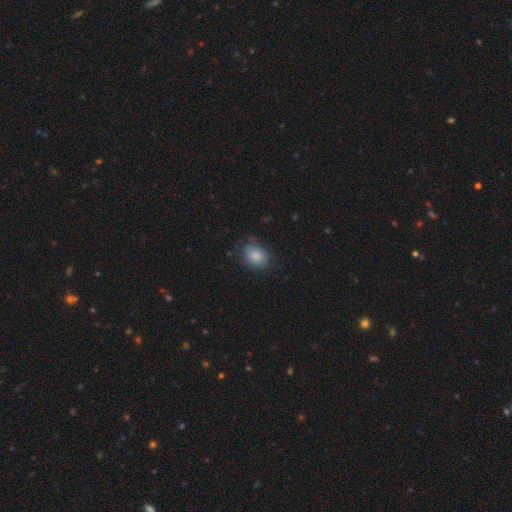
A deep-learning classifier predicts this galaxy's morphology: The model was most divided on "how rounded": in between: 68%, round: 31%, cigar-shaped: 1%. More confident: smooth or featured — smooth (84%); merging — none (69%).